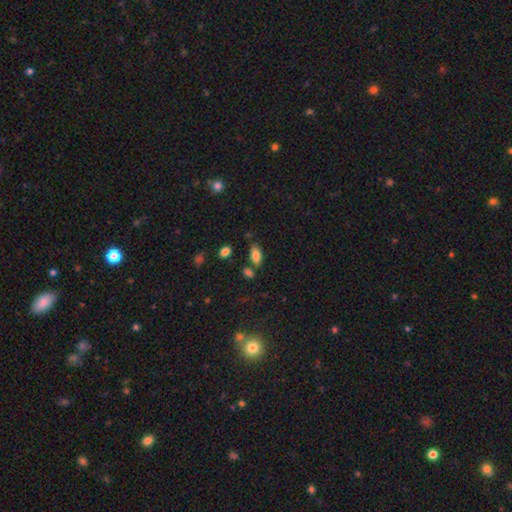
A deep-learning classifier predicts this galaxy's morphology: Smooth or featured: smooth — 82% (featured or disk — 9%)
How rounded: in between — 89% (cigar-shaped — 7%)
Merging: none — 71% (minor disturbance — 14%)